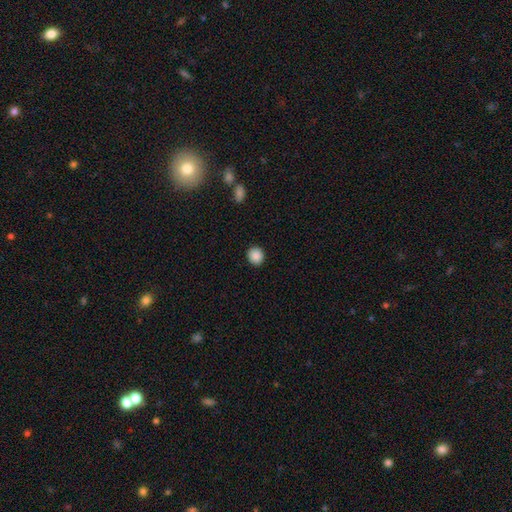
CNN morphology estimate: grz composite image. It shows a smooth galaxy with no disk features (89%) that is round (85%). Merging: none (91%).